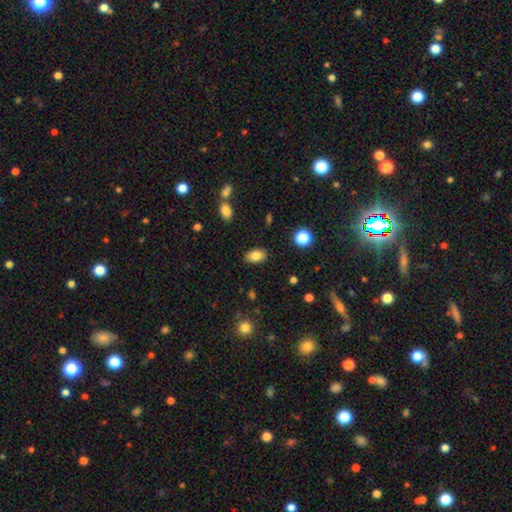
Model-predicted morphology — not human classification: Q: Smooth or featured?
A: smooth (83%); runner-up: star or artifact (9%)
Q: How rounded?
A: in between (89%); runner-up: round (10%)
Q: Merging?
A: none (87%); runner-up: minor disturbance (9%)